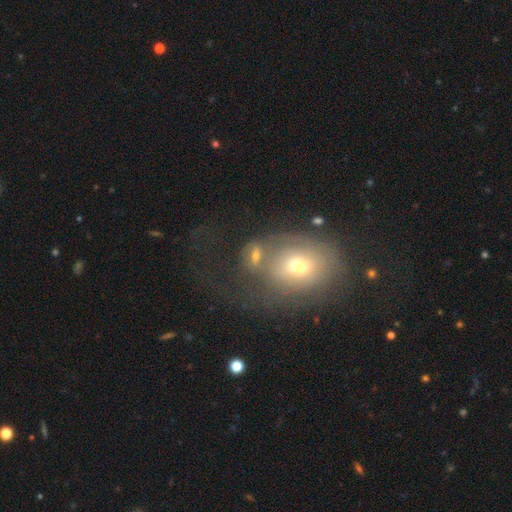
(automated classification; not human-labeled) A smooth galaxy with no disk features (55%) that is in between round and cigar-shaped (56%). Merging: none (42%).